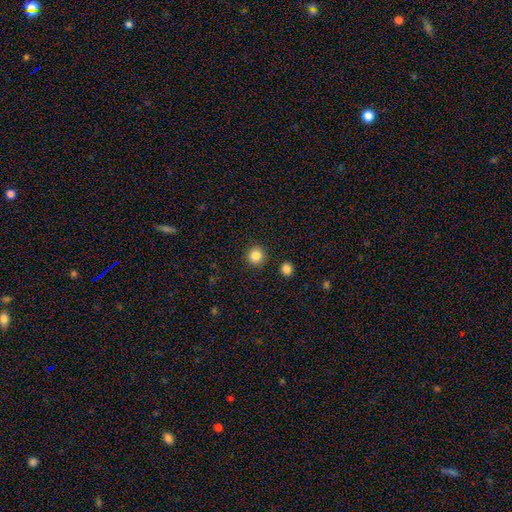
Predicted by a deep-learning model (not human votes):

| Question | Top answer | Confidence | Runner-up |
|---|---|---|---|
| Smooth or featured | smooth | 85% | star or artifact (11%) |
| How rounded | round | 93% | in between (6%) |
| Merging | none | 91% | minor disturbance (5%) |